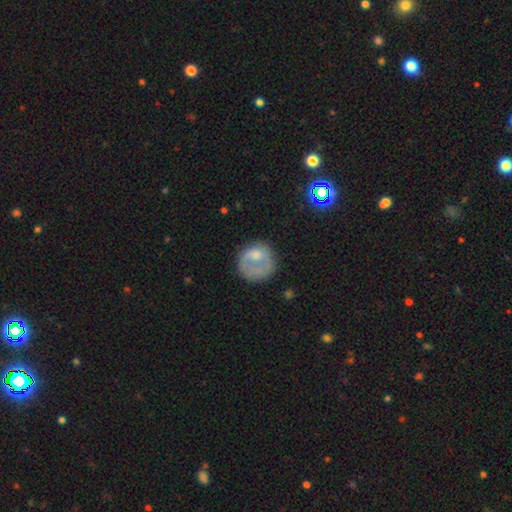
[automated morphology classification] Smooth or featured?
  - smooth: 61% *
  - featured or disk: 31%
  - star or artifact: 8%
How rounded?
  - round: 80% *
  - in between: 19%
  - cigar-shaped: 1%
Merging?
  - none: 46% *
  - major disturbance: 28%
  - minor disturbance: 23%
  - merger: 3%